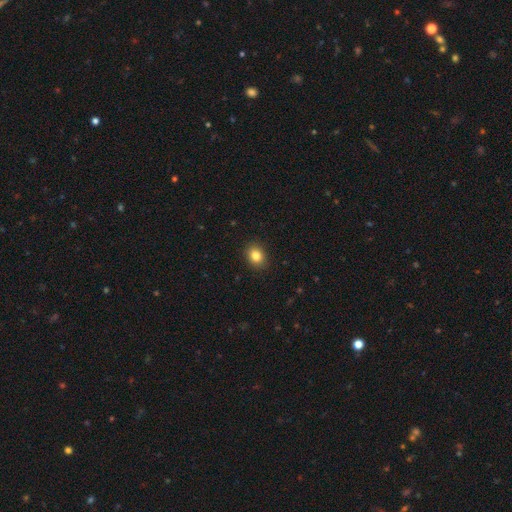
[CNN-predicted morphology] A smooth galaxy with no disk features (84%) that is in between round and cigar-shaped (50%, tied with round). Merging: none (90%).